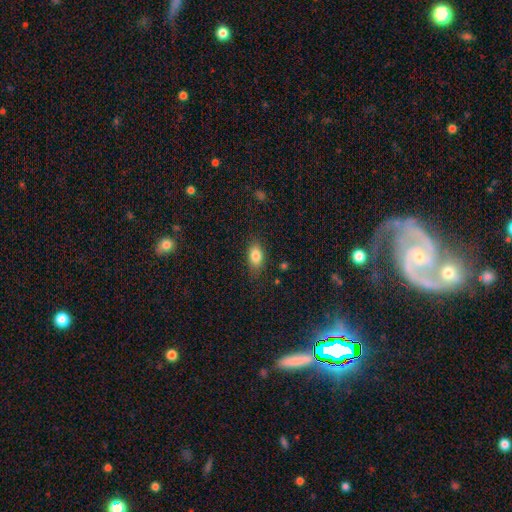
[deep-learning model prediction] Q: Smooth or featured?
A: smooth (83%); runner-up: featured or disk (8%)
Q: How rounded?
A: in between (86%); runner-up: round (9%)
Q: Merging?
A: none (82%); runner-up: minor disturbance (13%)